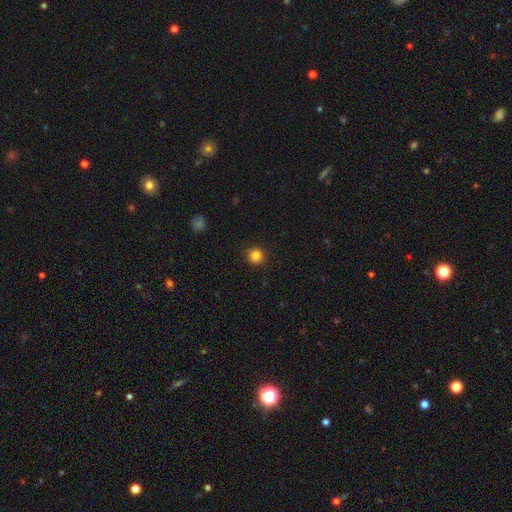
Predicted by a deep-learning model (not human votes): Smooth or featured? smooth (84%)
How rounded? round (93%)
Merging? none (90%)